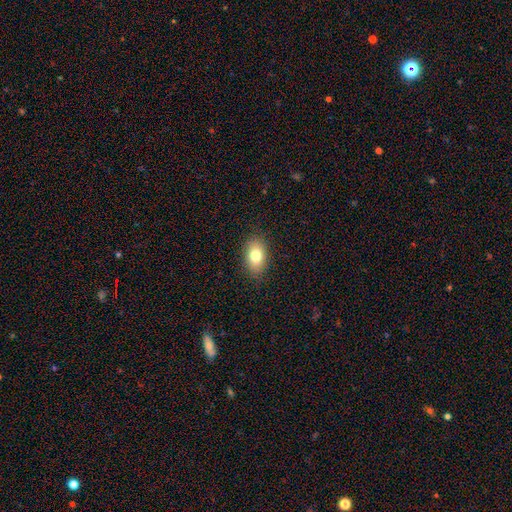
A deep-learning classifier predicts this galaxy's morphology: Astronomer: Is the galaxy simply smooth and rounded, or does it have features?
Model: smooth — 79%.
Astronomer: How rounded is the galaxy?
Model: in between — 85%.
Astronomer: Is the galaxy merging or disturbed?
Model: none — 86%.